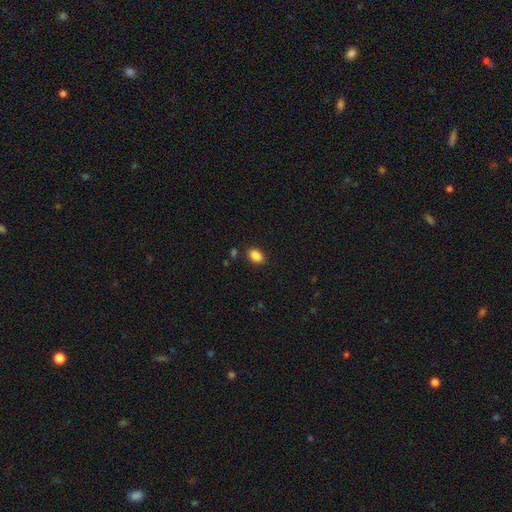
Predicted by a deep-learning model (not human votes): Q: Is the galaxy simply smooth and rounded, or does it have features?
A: smooth — 87%.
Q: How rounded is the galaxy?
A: in between — 81%.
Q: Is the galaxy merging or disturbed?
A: none — 86%.